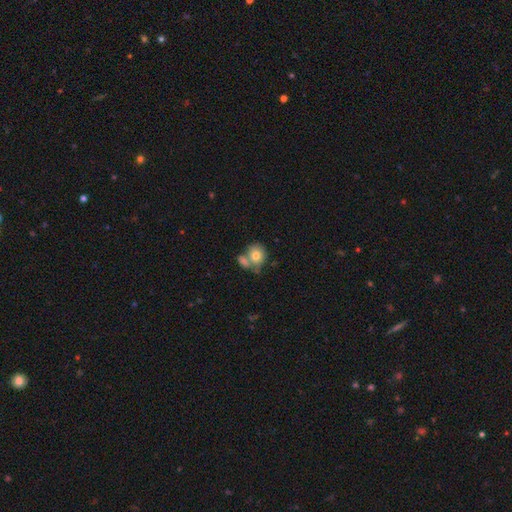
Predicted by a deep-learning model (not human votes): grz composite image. It shows a smooth galaxy with no disk features (76%) that is round (72%). Merging: merger (43%).